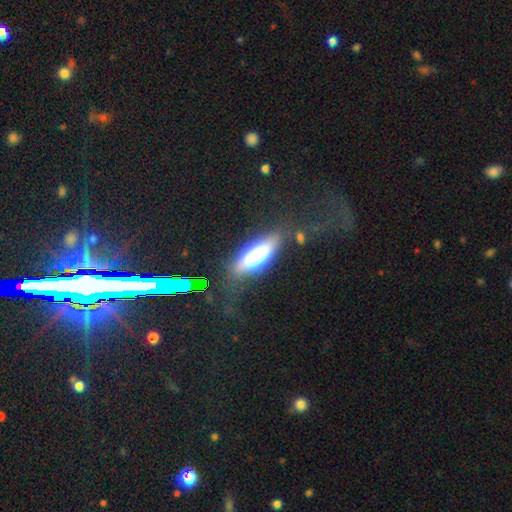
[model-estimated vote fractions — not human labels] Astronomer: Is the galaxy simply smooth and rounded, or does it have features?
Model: smooth — 60%.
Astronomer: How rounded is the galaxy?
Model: in between — 60% (runner-up: cigar-shaped, 37%).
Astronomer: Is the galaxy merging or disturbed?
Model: none — 72%.